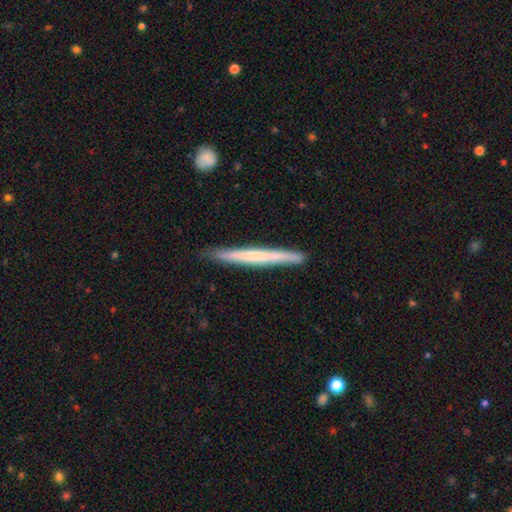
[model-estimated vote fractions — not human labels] Smooth or featured?
  - featured or disk: 48% *
  - smooth: 47%
  - star or artifact: 5%
Merging?
  - none: 88% *
  - minor disturbance: 9%
  - major disturbance: 2%
  - merger: 1%